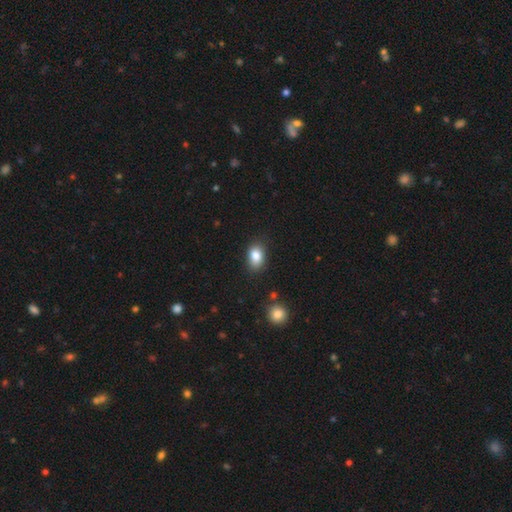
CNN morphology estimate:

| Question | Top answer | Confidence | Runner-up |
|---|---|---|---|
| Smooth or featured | smooth | 85% | star or artifact (9%) |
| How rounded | in between | 81% | round (18%) |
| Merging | none | 82% | minor disturbance (13%) |